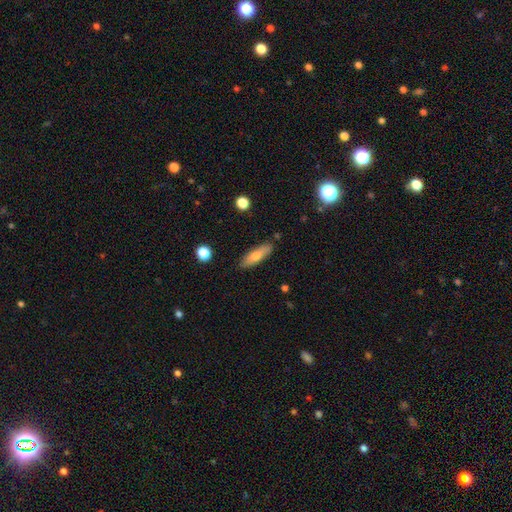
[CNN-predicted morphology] Smooth or featured?
  - smooth: 66% *
  - featured or disk: 26%
  - star or artifact: 7%
How rounded?
  - cigar-shaped: 60% *
  - in between: 38%
  - round: 3%
Merging?
  - none: 86% *
  - minor disturbance: 10%
  - major disturbance: 2%
  - merger: 2%